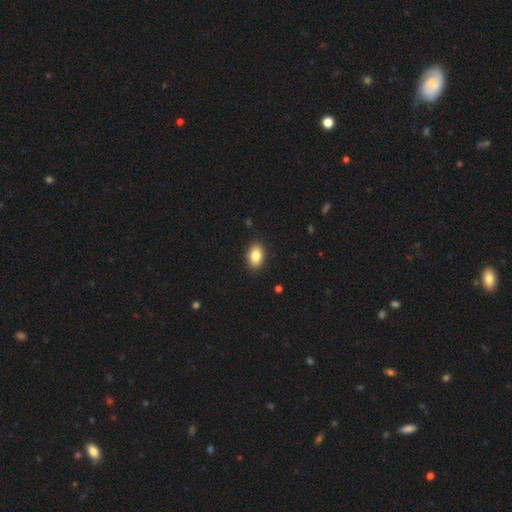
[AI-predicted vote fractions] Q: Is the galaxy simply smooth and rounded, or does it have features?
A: smooth — 85%.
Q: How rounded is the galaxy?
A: in between — 88%.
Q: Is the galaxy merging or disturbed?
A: none — 90%.